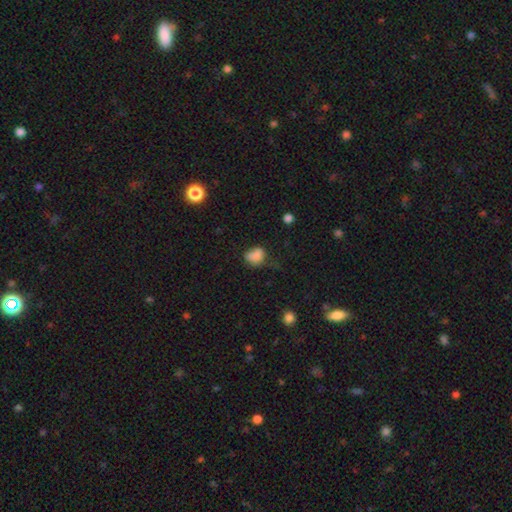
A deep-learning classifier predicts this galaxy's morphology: A smooth galaxy with no disk features (80%) that is in between round and cigar-shaped (61%).

Vote fractions:
- Smooth or featured? smooth: 80% / star or artifact: 12% / featured or disk: 8%
- How rounded? in between: 61% / round: 38% / cigar-shaped: 1%
- Merging? none: 39% / minor disturbance: 38% / major disturbance: 19% / merger: 4%